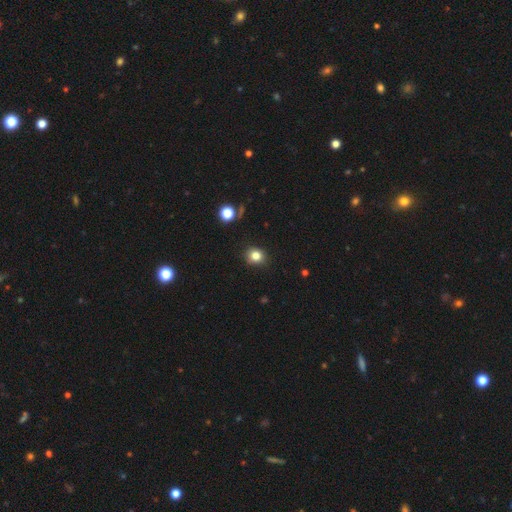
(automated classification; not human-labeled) The model was most divided on "how rounded": round: 76%, in between: 23%, cigar-shaped: 1%. More confident: merging — none (88%); smooth or featured — smooth (82%).